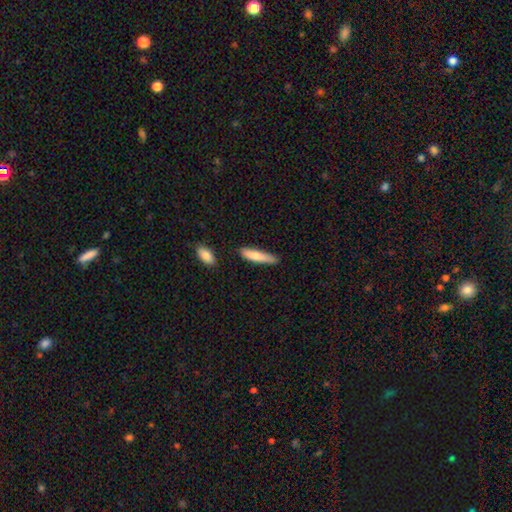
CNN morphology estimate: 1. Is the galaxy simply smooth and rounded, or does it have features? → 79% smooth, 15% featured or disk, 6% star or artifact.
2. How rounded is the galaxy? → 81% cigar-shaped, 18% in between, 1% round.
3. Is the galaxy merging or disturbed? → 75% none, 19% minor disturbance, 4% merger, 3% major disturbance.